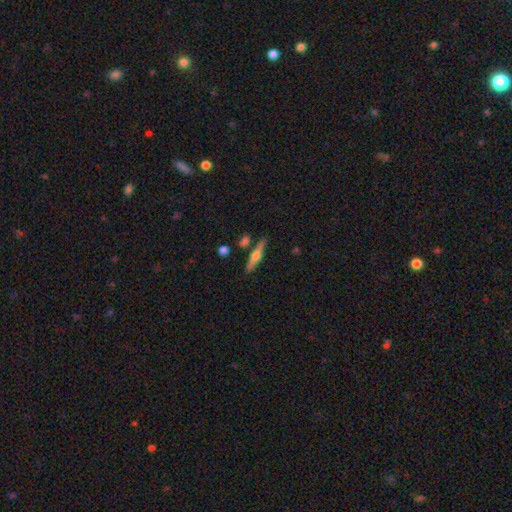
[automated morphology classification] The model was most divided on "smooth or featured": featured or disk: 59%, smooth: 35%, star or artifact: 6%. More confident: edge-on disk — yes (96%); edge-on bulge — rounded (89%); merging — none (83%).